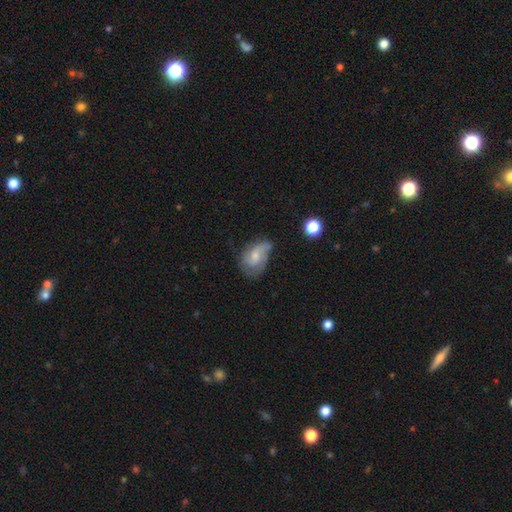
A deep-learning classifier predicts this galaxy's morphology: A featured or disk galaxy (59%) with no bar (60%), spiral arms (86%) and a small central bulge (43%).

Vote fractions:
- Smooth or featured? featured or disk: 59% / smooth: 33% / star or artifact: 8%
- Edge-on disk? no: 97% / yes: 3%
- Bar? no: 60% / weak: 35% / strong: 5%
- Spiral arms? yes: 86% / no: 14%
- Bulge size? small: 43% / moderate: 41% / none: 10% / large: 4% / dominant: 1%
- Merging? none: 46% / minor disturbance: 32% / major disturbance: 18% / merger: 4%